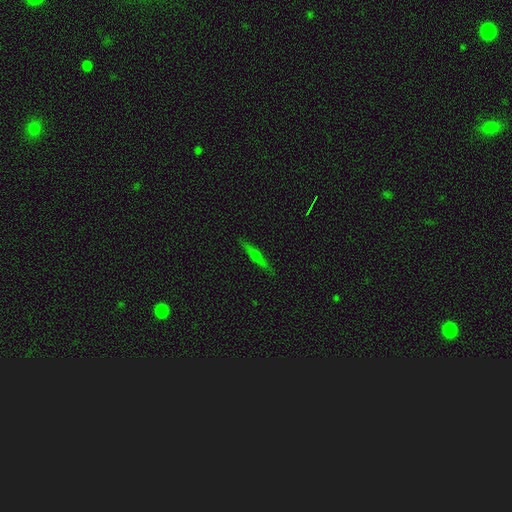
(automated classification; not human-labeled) A featured or disk galaxy (58%) viewed edge-on (96%) with a rounded central bulge (79%).

Vote fractions:
- Smooth or featured? featured or disk: 58% / smooth: 33% / star or artifact: 9%
- Edge-on disk? yes: 96% / no: 4%
- Edge-on bulge? rounded: 79% / none: 13% / boxy: 8%
- Merging? none: 89% / minor disturbance: 8% / major disturbance: 2% / merger: 1%